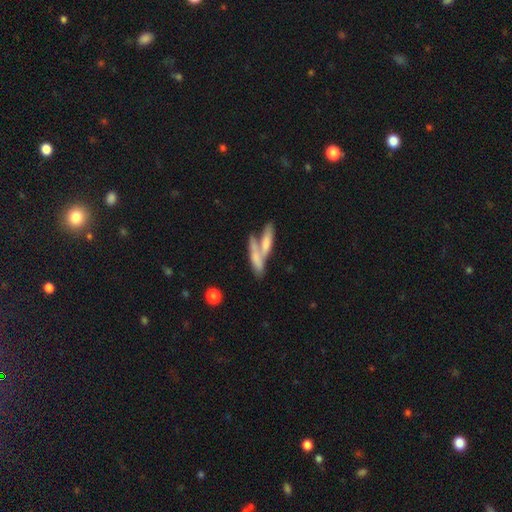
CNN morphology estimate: smooth_or_featured: smooth (p=0.63) [alt: featured or disk p=0.29]
how_rounded: cigar-shaped (p=0.65) [alt: in between p=0.32]
merging: merger (p=0.56) [alt: none p=0.30]